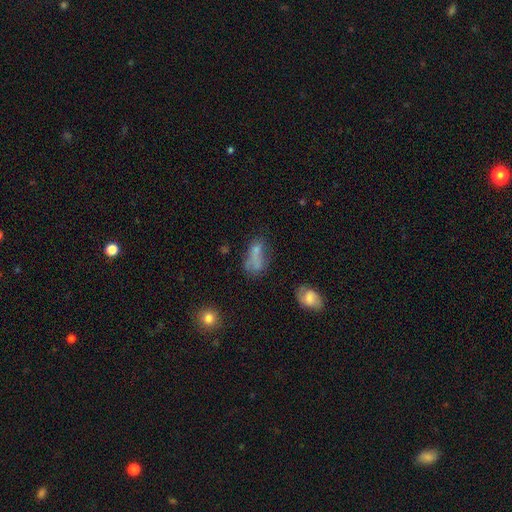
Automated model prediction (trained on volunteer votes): This is possibly a smooth galaxy (58%). How rounded: likely in between (79%). Merging: marginally none (38%).